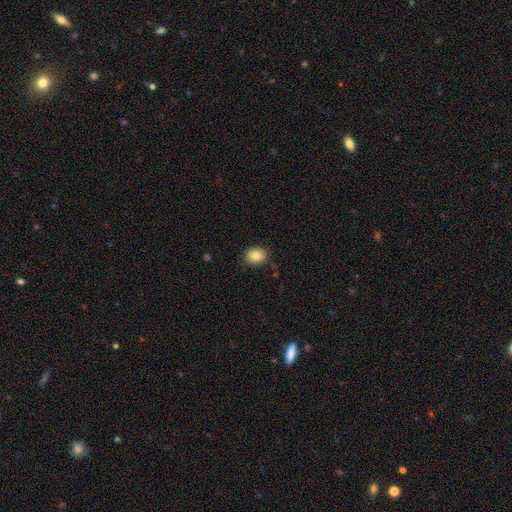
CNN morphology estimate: Smooth or featured? Predicted: smooth (p=0.83). How rounded? Predicted: in between (p=0.52). Merging? Predicted: none (p=0.86).